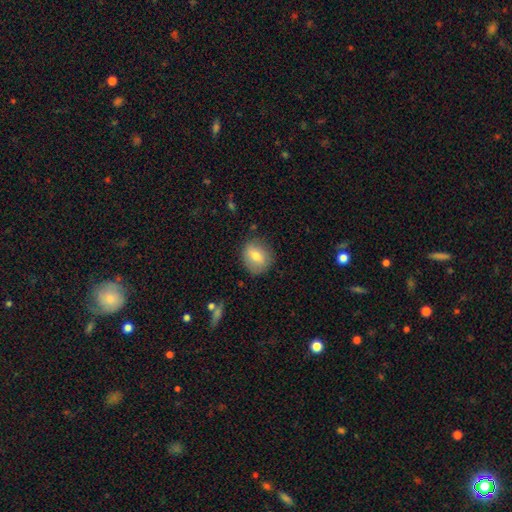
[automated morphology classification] Q: Smooth or featured?
A: smooth (73%); runner-up: featured or disk (19%)
Q: How rounded?
A: round (66%); runner-up: in between (33%)
Q: Merging?
A: none (80%); runner-up: minor disturbance (15%)